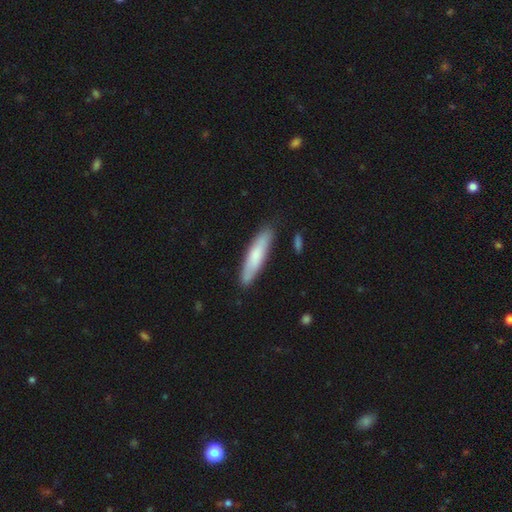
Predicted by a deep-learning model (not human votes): The model was most divided on "smooth or featured": smooth: 71%, featured or disk: 23%, star or artifact: 5%. More confident: merging — none (83%); how rounded — cigar-shaped (81%).